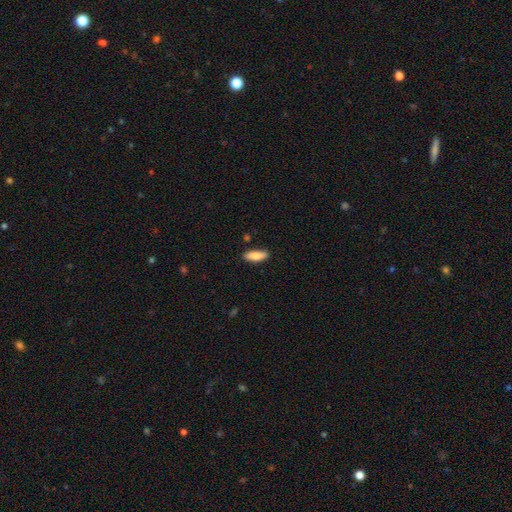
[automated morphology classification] Smooth or featured? smooth (84%)
How rounded? in between (66%)
Merging? none (87%)